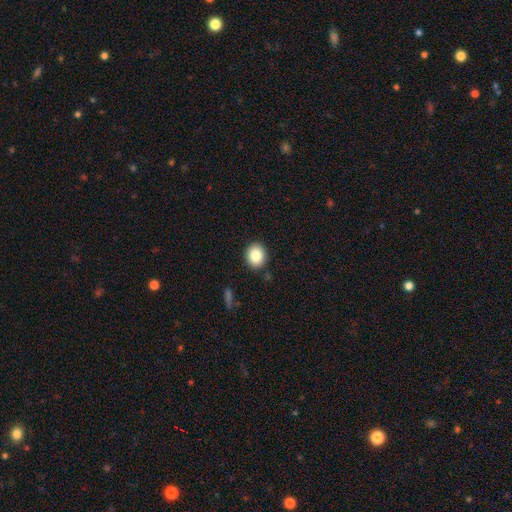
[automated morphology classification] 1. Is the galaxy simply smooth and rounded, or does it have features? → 84% smooth, 9% star or artifact, 7% featured or disk.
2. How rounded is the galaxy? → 67% round, 32% in between, 1% cigar-shaped.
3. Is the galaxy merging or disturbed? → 89% none, 7% minor disturbance, 2% major disturbance, 1% merger.